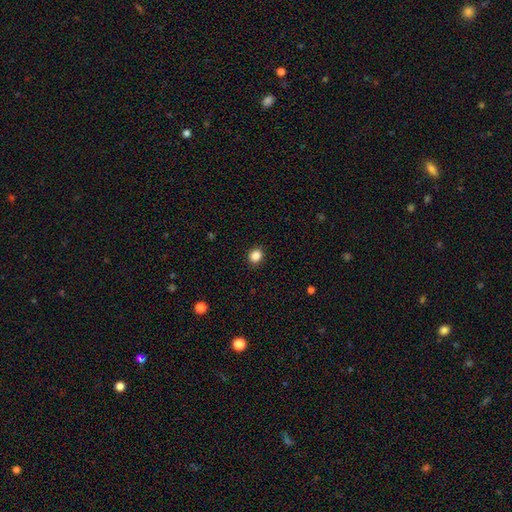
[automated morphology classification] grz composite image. It shows a smooth galaxy with no disk features (86%) that is round (72%). Merging: none (91%).